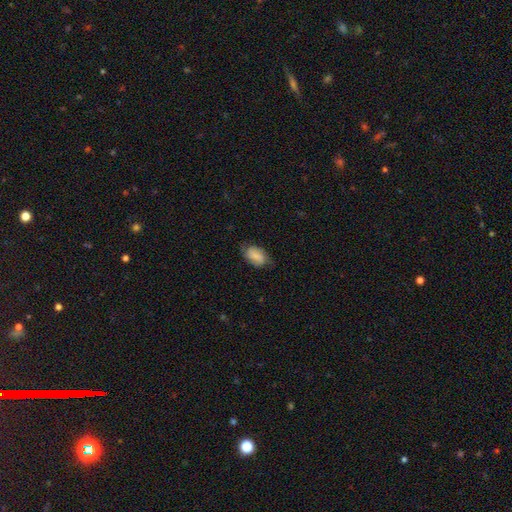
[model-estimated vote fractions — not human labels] Q: Smooth or featured?
A: smooth (71%); runner-up: featured or disk (21%)
Q: How rounded?
A: in between (90%); runner-up: round (8%)
Q: Merging?
A: none (65%); runner-up: minor disturbance (27%)